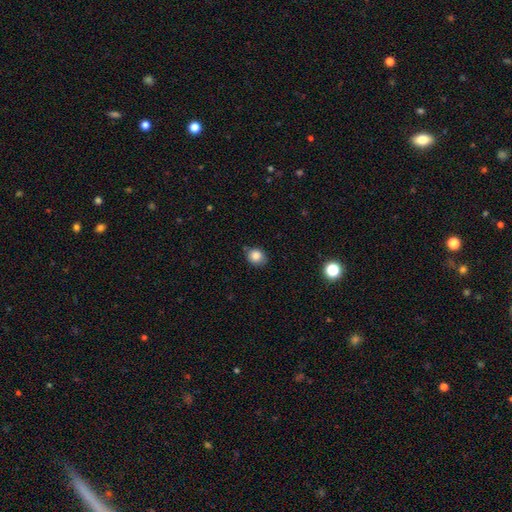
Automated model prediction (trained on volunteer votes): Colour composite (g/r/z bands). It shows a smooth galaxy with no disk features (84%) that is round (66%). Merging: none (75%).